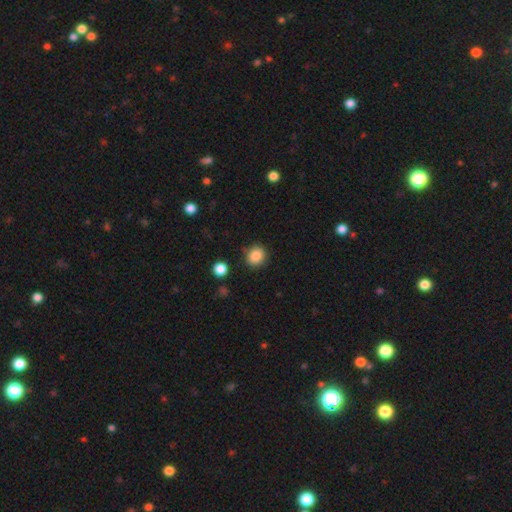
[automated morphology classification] The model was most divided on "how rounded": round: 83%, in between: 16%, cigar-shaped: 1%. More confident: smooth or featured — smooth (86%); merging — none (86%).